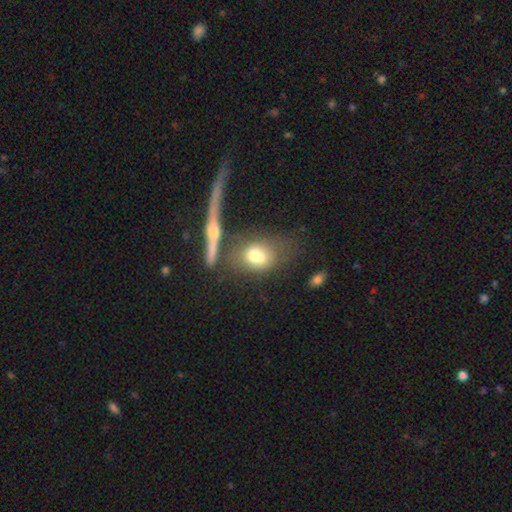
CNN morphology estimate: smooth_or_featured: smooth (p=0.64) [alt: featured or disk p=0.25]
how_rounded: in between (p=0.64) [alt: round p=0.31]
merging: none (p=0.44) [alt: merger p=0.28]